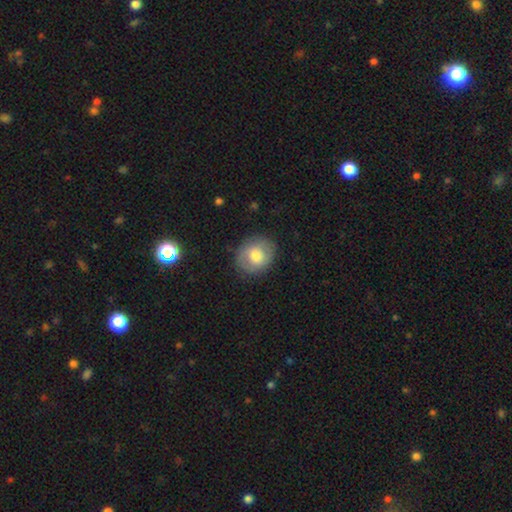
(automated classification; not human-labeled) smooth-or-featured: smooth: 67% | featured or disk: 26% | star or artifact: 7%
  how-rounded: round: 71% | in between: 28% | cigar-shaped: 1%
  merging: none: 83% | minor disturbance: 12% | major disturbance: 4% | merger: 1%